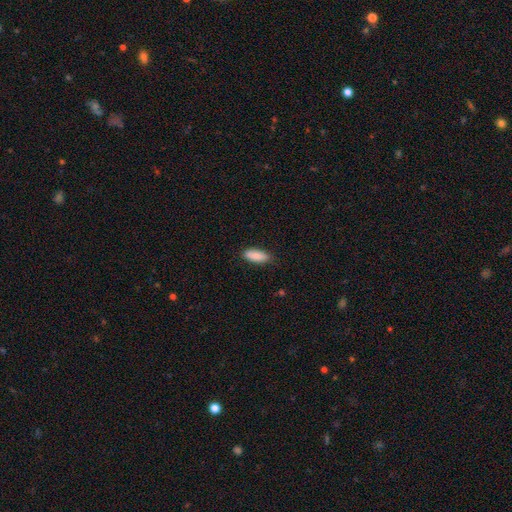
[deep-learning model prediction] Morphology: type=smooth (86%); roundness=in between (78%); merging=none (82%).